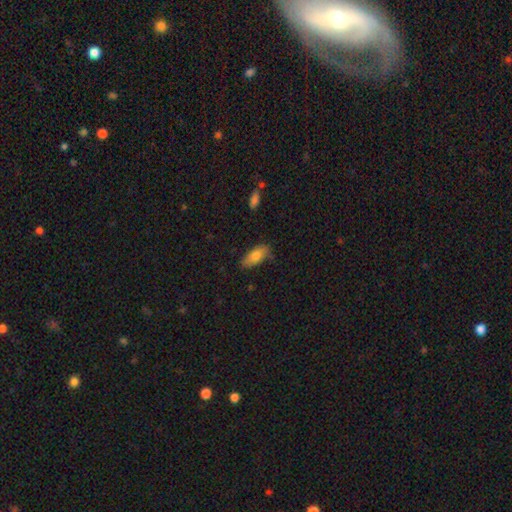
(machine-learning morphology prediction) smooth_or_featured: smooth (p=0.78) [alt: featured or disk p=0.15]
how_rounded: in between (p=0.84) [alt: cigar-shaped p=0.13]
merging: none (p=0.68) [alt: minor disturbance p=0.25]